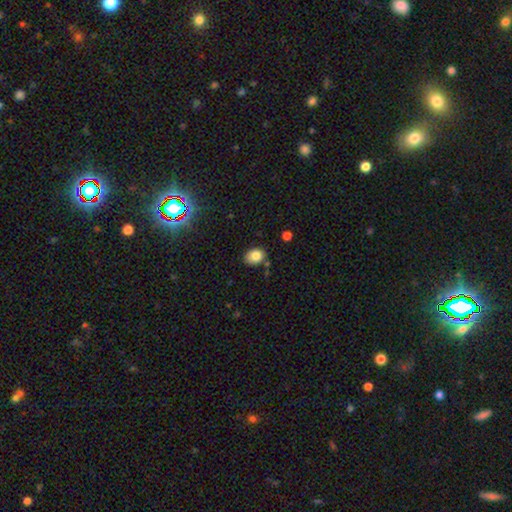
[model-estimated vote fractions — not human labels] smooth_or_featured: smooth (p=0.81) [alt: star or artifact p=0.11]
how_rounded: in between (p=0.59) [alt: round p=0.40]
merging: none (p=0.71) [alt: minor disturbance p=0.19]